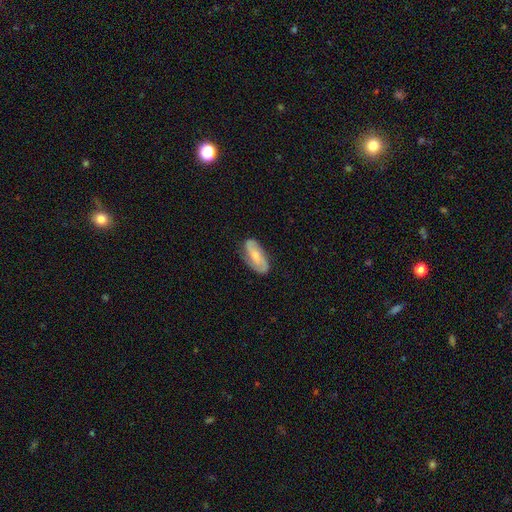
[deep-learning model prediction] featured or disk 56%, smooth 37%, star or artifact 6%. Down the decision tree: edge-on disk — no (92%); bar — no (51%); spiral arms — yes (89%); bulge size — small (44%); merging — none (75%).